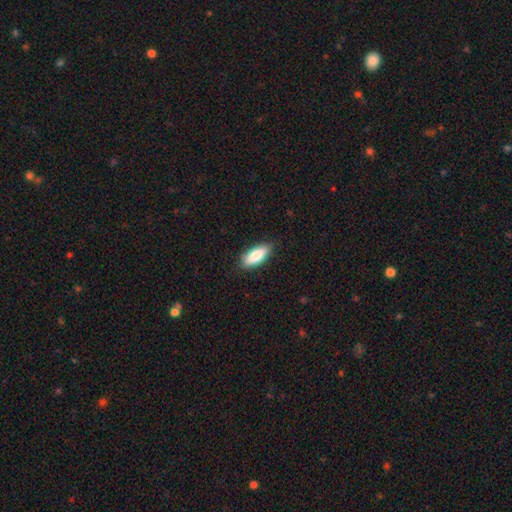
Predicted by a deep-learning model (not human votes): This appears to be a smooth galaxy with no disk features (82%) that is in between round and cigar-shaped (74%). Merging: none (85%).